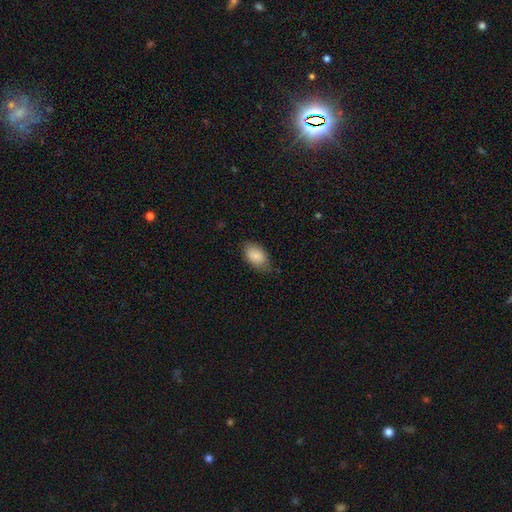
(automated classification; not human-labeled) A smooth galaxy with no disk features (87%) that is in between round and cigar-shaped (93%). Merging: none (71%).